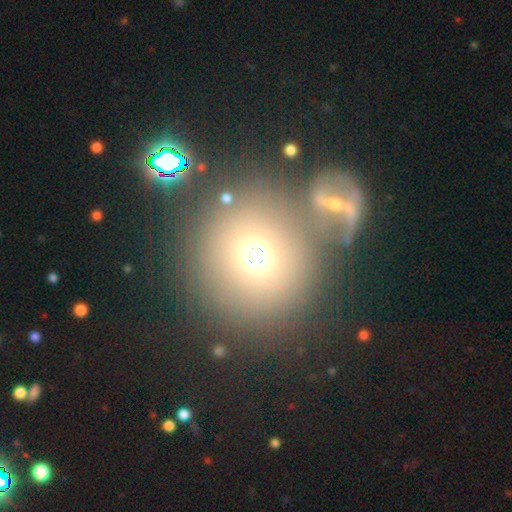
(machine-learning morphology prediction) Overall: smooth (68%). How rounded: round (90%). Merging: none (58%; merger 26%).